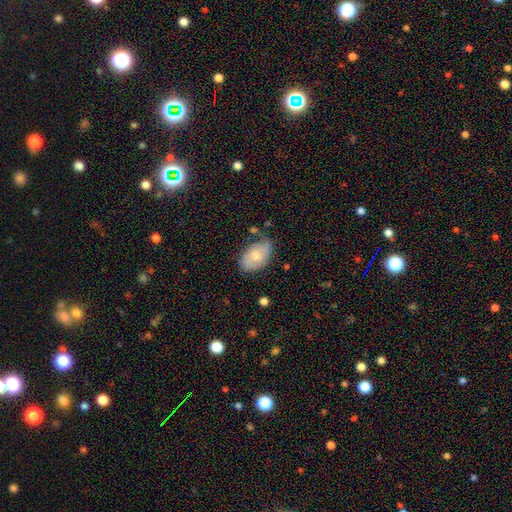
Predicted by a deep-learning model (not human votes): smooth 49%, featured or disk 45%, star or artifact 7%. Down the decision tree: merging — none (59%).